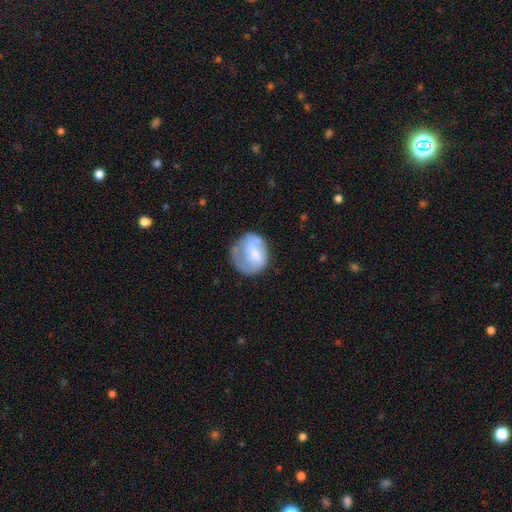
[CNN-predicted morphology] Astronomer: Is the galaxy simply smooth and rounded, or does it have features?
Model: smooth — 57% (runner-up: featured or disk, 36%).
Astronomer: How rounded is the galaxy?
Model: round — 72%.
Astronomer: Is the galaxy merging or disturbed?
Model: none — 48% (runner-up: minor disturbance, 28%).